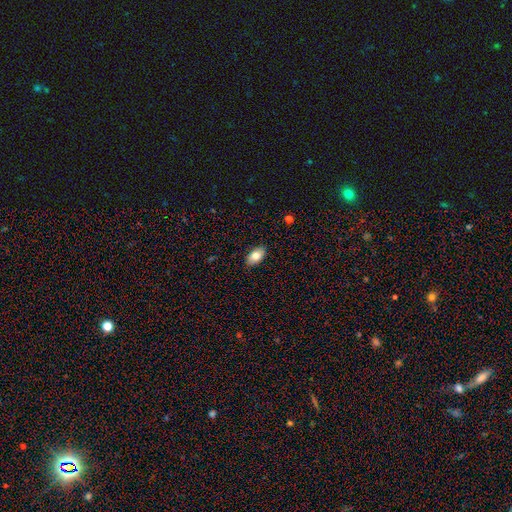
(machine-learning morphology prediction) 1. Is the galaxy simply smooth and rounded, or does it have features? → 79% smooth, 14% featured or disk, 7% star or artifact.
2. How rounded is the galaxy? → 93% in between, 5% round, 2% cigar-shaped.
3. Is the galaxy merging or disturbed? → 88% none, 9% minor disturbance, 2% major disturbance, 1% merger.